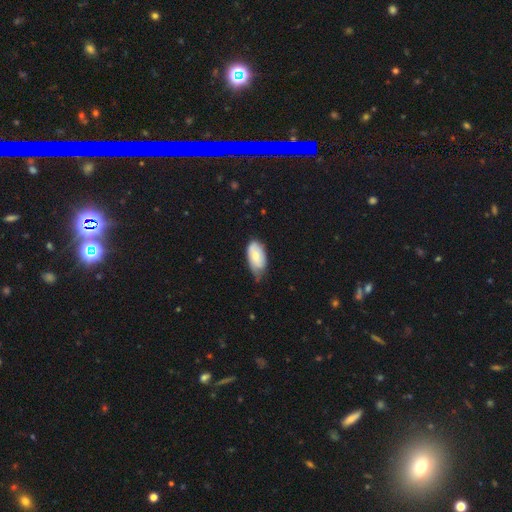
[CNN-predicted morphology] smooth_or_featured: smooth (p=0.64) [alt: featured or disk p=0.30]
how_rounded: in between (p=0.93) [alt: cigar-shaped p=0.04]
merging: minor disturbance (p=0.46) [alt: none p=0.42]